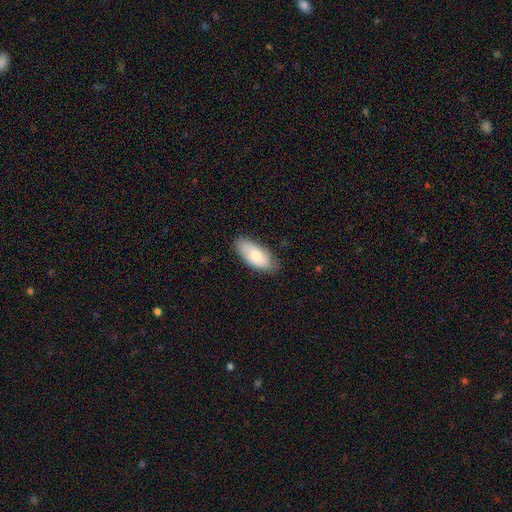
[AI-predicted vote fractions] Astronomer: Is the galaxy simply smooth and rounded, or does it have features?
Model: smooth — 72%.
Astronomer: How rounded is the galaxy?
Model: in between — 90%.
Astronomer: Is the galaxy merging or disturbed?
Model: none — 73%.